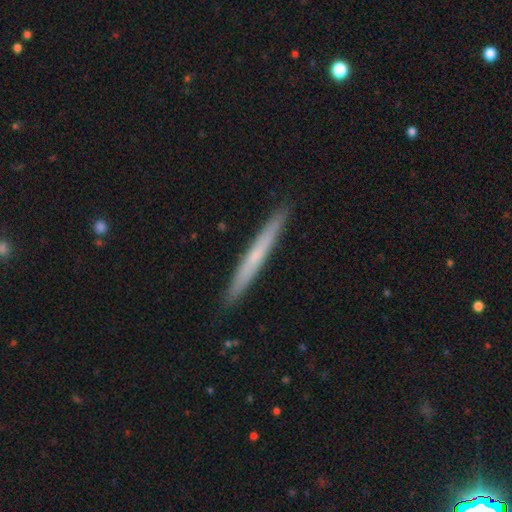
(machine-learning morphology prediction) Q: Smooth or featured?
A: smooth (49%); runner-up: featured or disk (46%)
Q: Merging?
A: none (92%); runner-up: minor disturbance (6%)